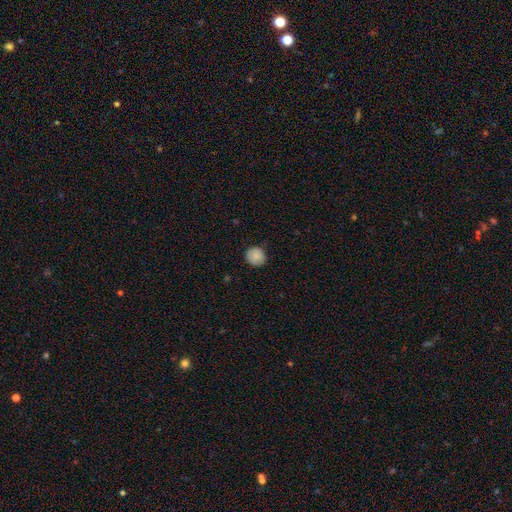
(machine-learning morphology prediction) Smooth or featured?
  - smooth: 84% *
  - star or artifact: 8%
  - featured or disk: 8%
How rounded?
  - round: 88% *
  - in between: 11%
  - cigar-shaped: 1%
Merging?
  - none: 81% *
  - minor disturbance: 15%
  - major disturbance: 3%
  - merger: 1%